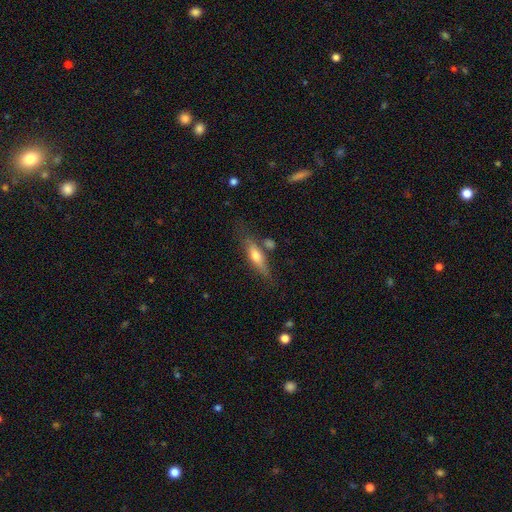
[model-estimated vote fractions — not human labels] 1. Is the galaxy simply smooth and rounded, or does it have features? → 58% smooth, 36% featured or disk, 6% star or artifact.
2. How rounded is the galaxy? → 60% cigar-shaped, 38% in between, 3% round.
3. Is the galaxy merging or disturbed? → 63% none, 20% minor disturbance, 11% merger, 6% major disturbance.